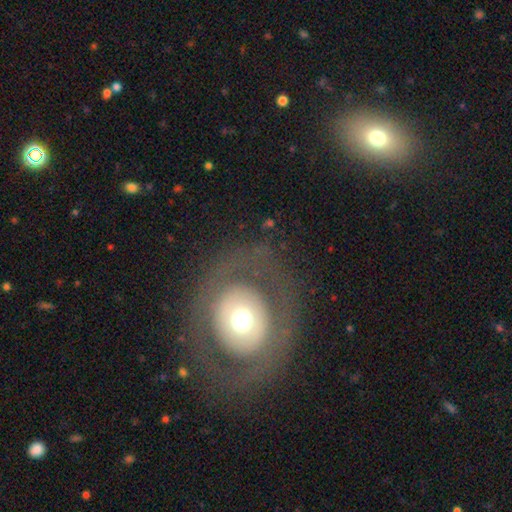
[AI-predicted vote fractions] smooth_or_featured: featured or disk (p=0.58) [alt: smooth p=0.33]
disk_edge_on: no (p=0.94) [alt: yes p=0.06]
bar: no (p=0.83) [alt: weak p=0.11]
has_spiral_arms: no (p=0.73) [alt: yes p=0.27]
bulge_size: moderate (p=0.59) [alt: large p=0.21]
merging: none (p=0.79) [alt: minor disturbance p=0.10]